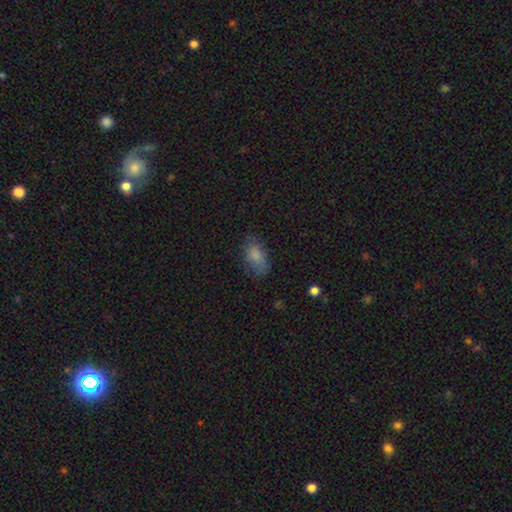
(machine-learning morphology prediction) The model was most divided on "merging": none: 65%, minor disturbance: 24%, major disturbance: 10%, merger: 2%. More confident: how rounded — in between (89%); smooth or featured — smooth (79%).